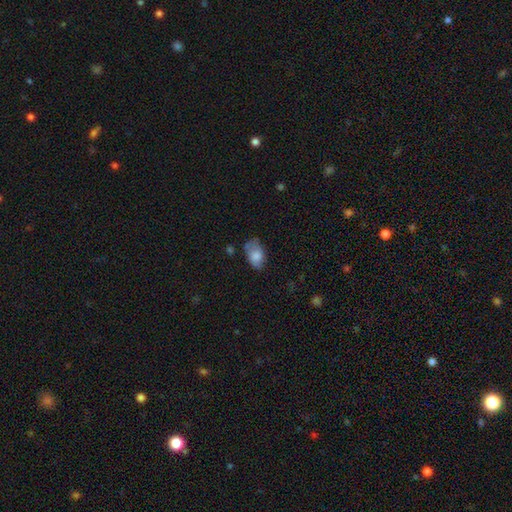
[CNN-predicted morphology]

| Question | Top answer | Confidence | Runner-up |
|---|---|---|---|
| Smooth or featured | smooth | 77% | featured or disk (16%) |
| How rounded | in between | 89% | round (10%) |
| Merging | none | 52% | minor disturbance (32%) |